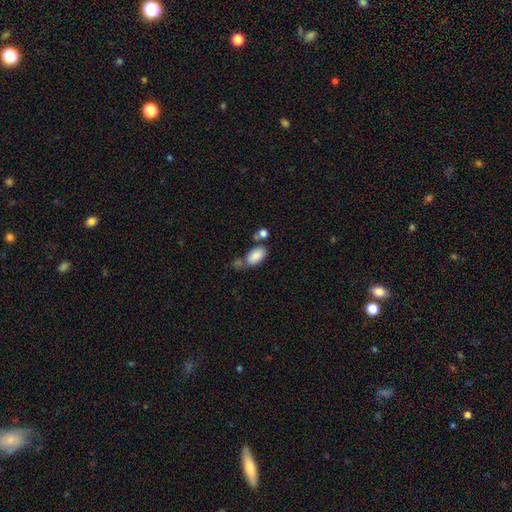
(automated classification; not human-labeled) A smooth galaxy with no disk features (85%) that is in between round and cigar-shaped (94%).

Vote fractions:
- Smooth or featured? smooth: 85% / star or artifact: 7% / featured or disk: 7%
- How rounded? in between: 94% / round: 4% / cigar-shaped: 2%
- Merging? none: 50% / merger: 25% / minor disturbance: 19% / major disturbance: 7%